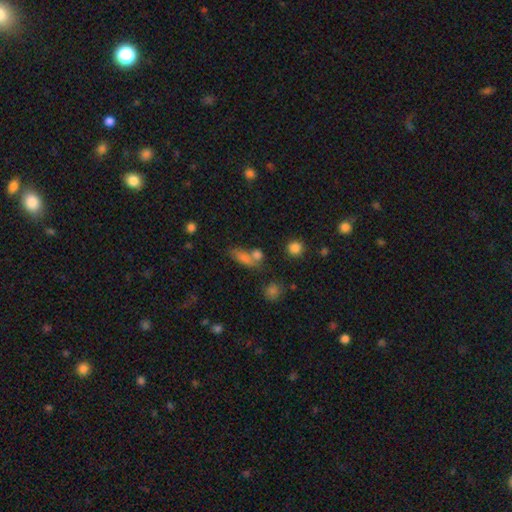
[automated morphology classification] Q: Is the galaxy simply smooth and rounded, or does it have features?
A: smooth — 73%.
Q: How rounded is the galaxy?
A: in between — 60%.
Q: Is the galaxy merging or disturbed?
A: none — 47%.